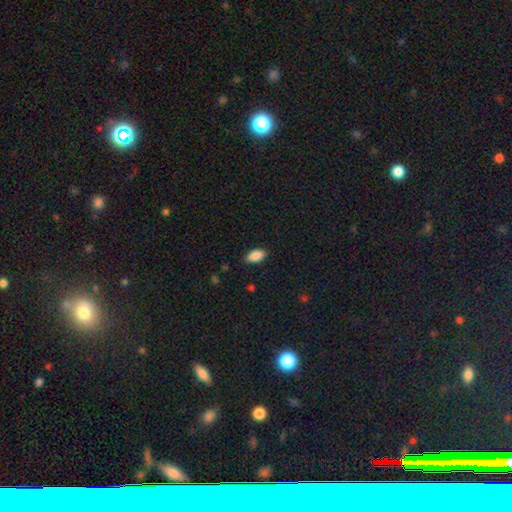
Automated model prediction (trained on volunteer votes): The model was most divided on "merging": none: 85%, minor disturbance: 12%, major disturbance: 2%, merger: 1%. More confident: how rounded — in between (92%); smooth or featured — smooth (88%).